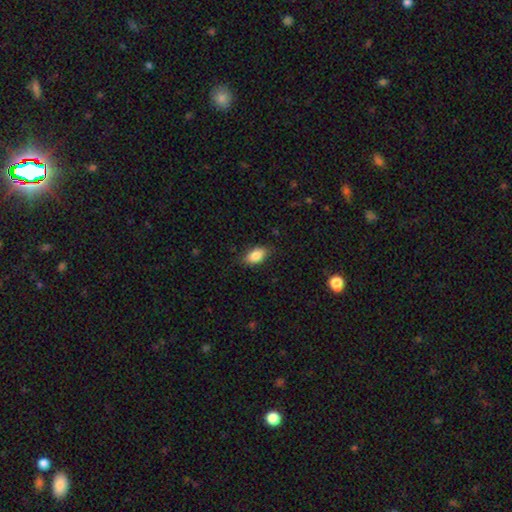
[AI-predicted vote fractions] A smooth galaxy with no disk features (85%) that is in between round and cigar-shaped (90%). Merging: none (81%).